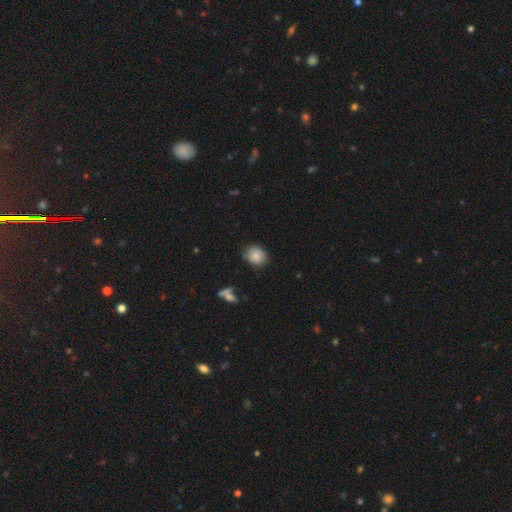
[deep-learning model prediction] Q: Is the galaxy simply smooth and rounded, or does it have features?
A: smooth — 85%.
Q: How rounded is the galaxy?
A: round — 66%.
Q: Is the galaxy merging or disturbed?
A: none — 76%.